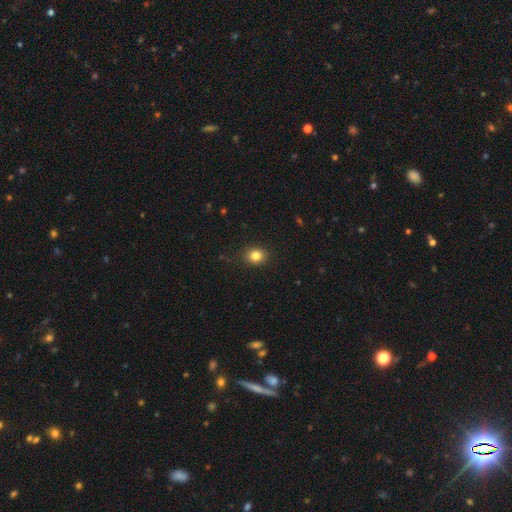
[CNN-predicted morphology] Smooth or featured? smooth (82%)
How rounded? round (66%)
Merging? none (88%)